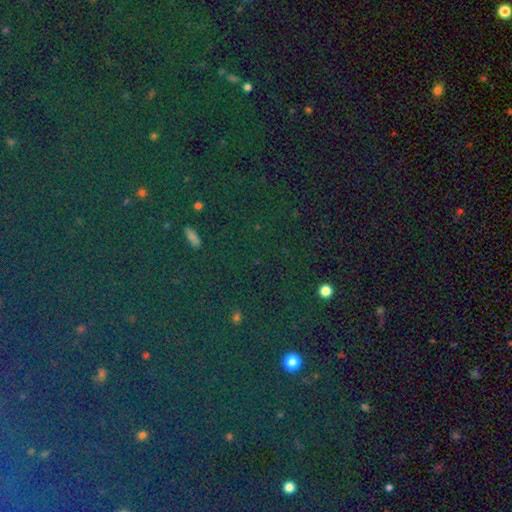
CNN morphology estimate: A star or artifact, not a galaxy (79%).